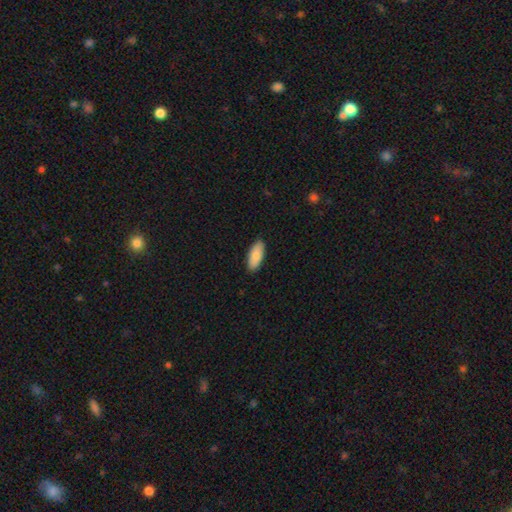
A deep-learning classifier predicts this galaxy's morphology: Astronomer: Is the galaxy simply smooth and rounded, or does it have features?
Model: smooth — 87%.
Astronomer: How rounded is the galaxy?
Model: in between — 82%.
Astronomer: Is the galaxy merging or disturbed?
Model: none — 89%.